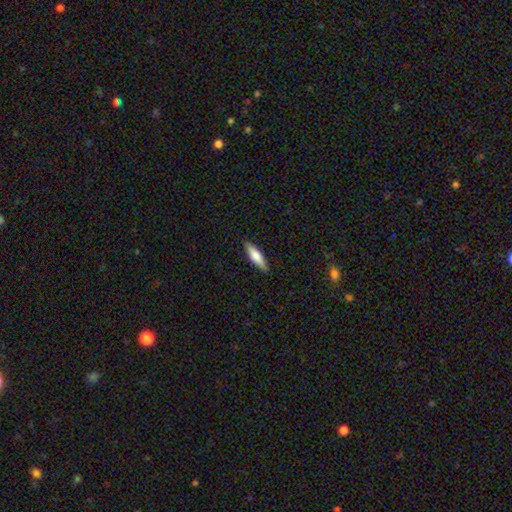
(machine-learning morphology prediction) A smooth galaxy with no disk features (66%) that is cigar-shaped (69%).

Vote fractions:
- Smooth or featured? smooth: 66% / featured or disk: 29% / star or artifact: 6%
- How rounded? cigar-shaped: 69% / in between: 29% / round: 2%
- Merging? none: 89% / minor disturbance: 8% / major disturbance: 2% / merger: 1%